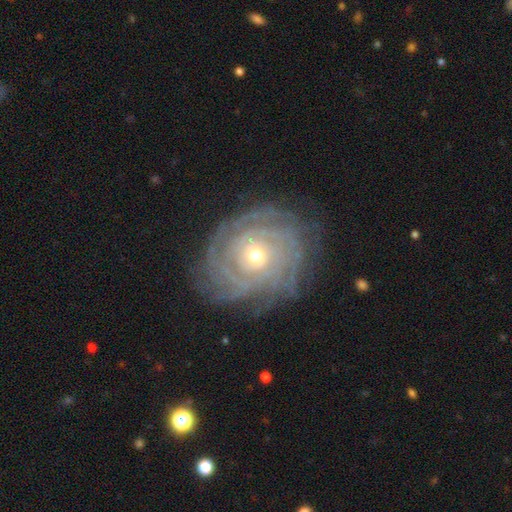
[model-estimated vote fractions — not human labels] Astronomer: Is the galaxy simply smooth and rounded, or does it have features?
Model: featured or disk — 82%.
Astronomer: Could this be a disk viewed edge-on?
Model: no — 96%.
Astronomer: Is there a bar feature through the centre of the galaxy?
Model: no — 79%.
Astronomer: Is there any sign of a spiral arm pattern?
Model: yes — 90%.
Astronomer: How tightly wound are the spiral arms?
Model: tight — 81%.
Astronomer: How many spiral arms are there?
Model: can't tell — 43%.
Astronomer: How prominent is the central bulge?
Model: small — 51% (runner-up: moderate, 45%).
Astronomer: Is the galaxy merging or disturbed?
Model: none — 75%.